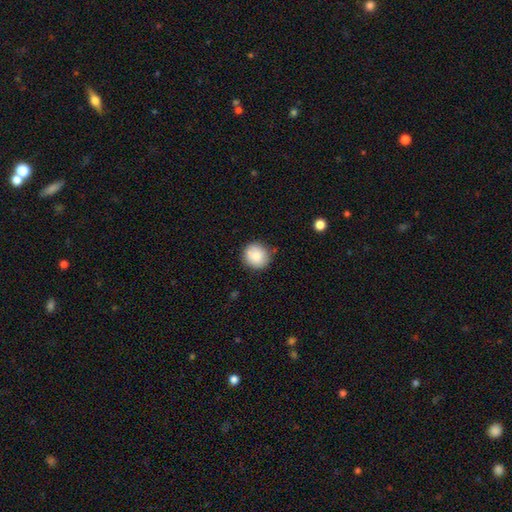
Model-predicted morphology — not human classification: type=smooth (84%); roundness=round (91%); merging=none (82%).